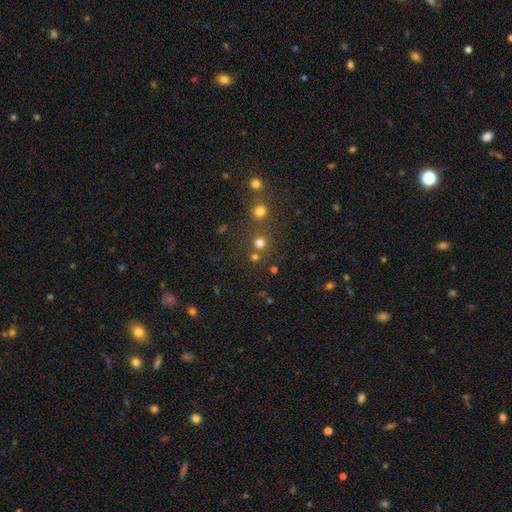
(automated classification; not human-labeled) smooth-or-featured: star or artifact: 49% | smooth: 44% | featured or disk: 8%